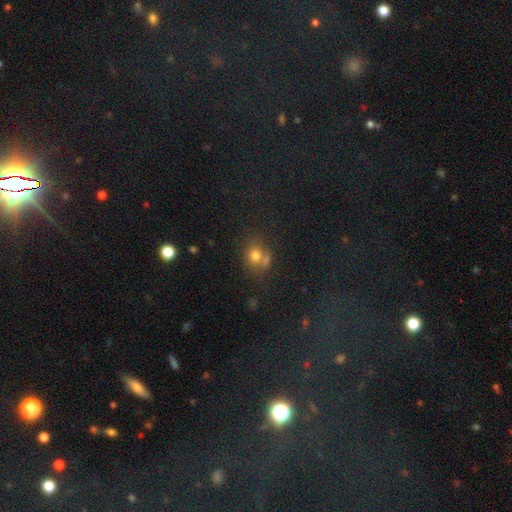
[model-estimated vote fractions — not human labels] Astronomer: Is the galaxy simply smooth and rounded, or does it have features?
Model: smooth — 74%.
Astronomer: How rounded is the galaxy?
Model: round — 71%.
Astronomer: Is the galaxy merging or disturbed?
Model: none — 52% (runner-up: merger, 27%).